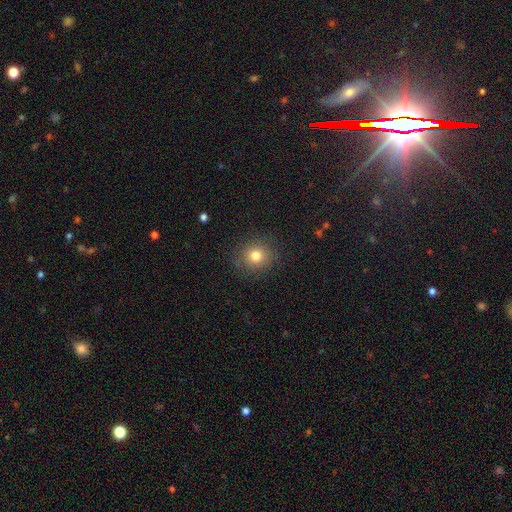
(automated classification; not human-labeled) Overall: smooth (80%). How rounded: round (88%). Merging: none (88%).